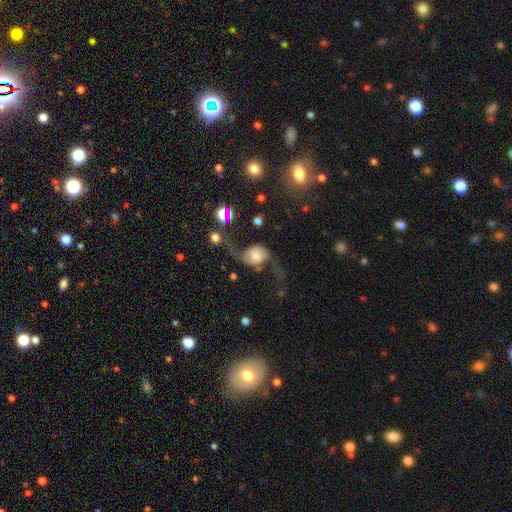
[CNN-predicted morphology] smooth_or_featured: featured or disk (p=0.62) [alt: smooth p=0.28]
disk_edge_on: no (p=0.95) [alt: yes p=0.05]
bar: no (p=0.66) [alt: weak p=0.26]
has_spiral_arms: yes (p=0.87) [alt: no p=0.13]
spiral_winding: loose (p=0.84) [alt: medium p=0.13]
spiral_arm_count: 2 (p=0.91) [alt: 1 p=0.03]
bulge_size: moderate (p=0.31) [alt: small p=0.27]
merging: none (p=0.37) [alt: major disturbance p=0.35]